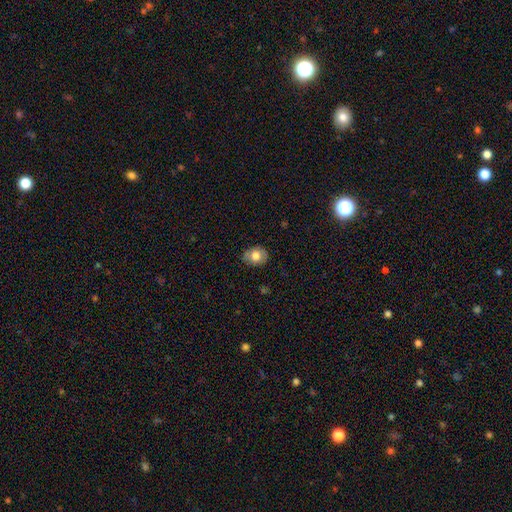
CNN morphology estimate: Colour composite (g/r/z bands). It shows a smooth galaxy with no disk features (71%) that is in between round and cigar-shaped (53%). Merging: none (79%).